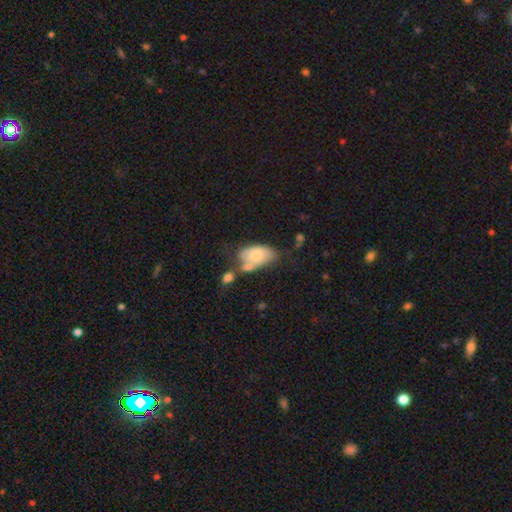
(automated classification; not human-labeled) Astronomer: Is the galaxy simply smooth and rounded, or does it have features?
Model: smooth — 69%.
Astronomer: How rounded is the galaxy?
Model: in between — 93%.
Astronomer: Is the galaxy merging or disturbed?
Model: none — 35% (runner-up: merger, 32%).